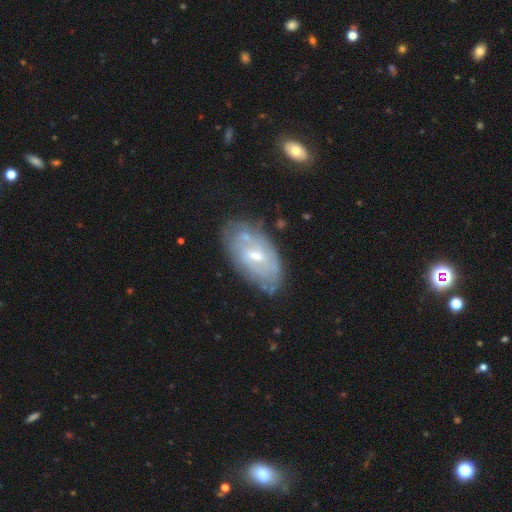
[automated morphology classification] smooth-or-featured: featured or disk: 67% | smooth: 26% | star or artifact: 7%
  disk-edge-on: no: 92% | yes: 8%
    bar: weak: 51% | no: 37% | strong: 12%
    has-spiral-arms: yes: 61% | no: 39%
    bulge-size: moderate: 48% | small: 47% | large: 2% | none: 2% | dominant: 1%
  merging: none: 66% | minor disturbance: 22% | major disturbance: 7% | merger: 4%